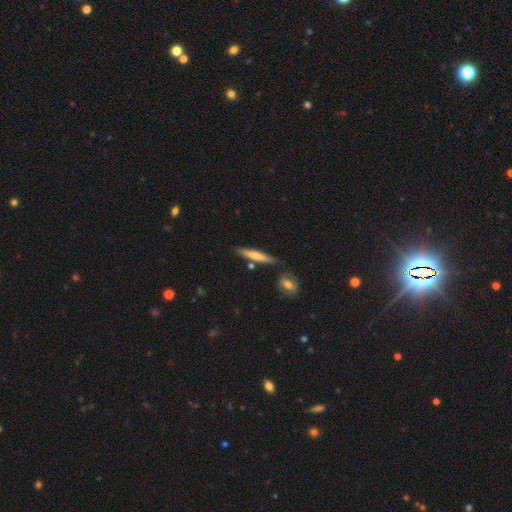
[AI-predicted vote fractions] Morphology: type=smooth (63%); roundness=cigar-shaped (91%); merging=none (79%).